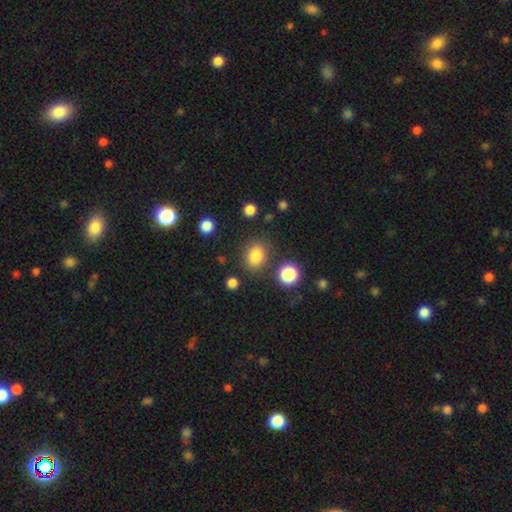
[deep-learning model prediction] Overall: smooth (82%). How rounded: in between (53%; round 46%). Merging: none (80%).